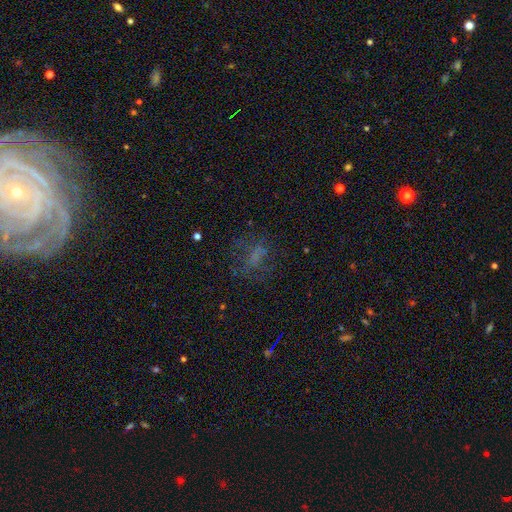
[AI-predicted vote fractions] This appears to be a smooth galaxy with no disk features (42%). Merging: none (57%).